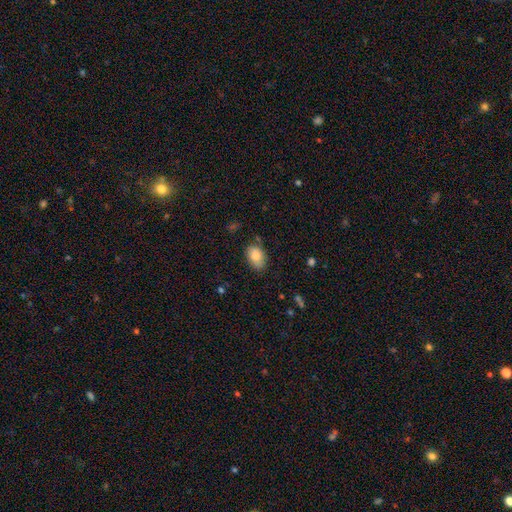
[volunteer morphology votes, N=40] smooth 80%, featured or disk 10%, star or artifact 10%. Down the decision tree: how rounded — in between (91%); merging — none (67%).